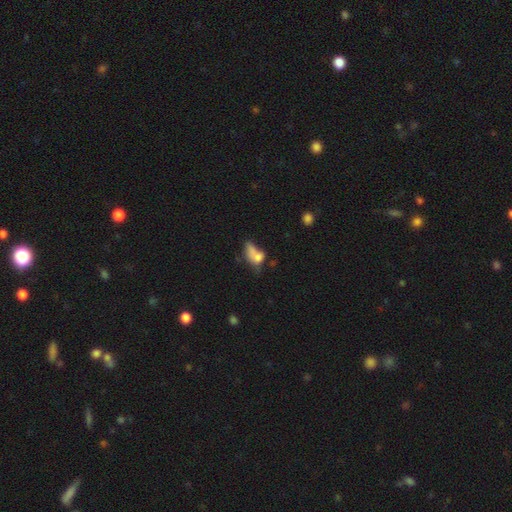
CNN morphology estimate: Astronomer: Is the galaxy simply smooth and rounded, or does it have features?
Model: smooth — 65%.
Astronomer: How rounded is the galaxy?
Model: in between — 74%.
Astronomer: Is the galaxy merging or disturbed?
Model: merger — 34% (runner-up: major disturbance, 25%).